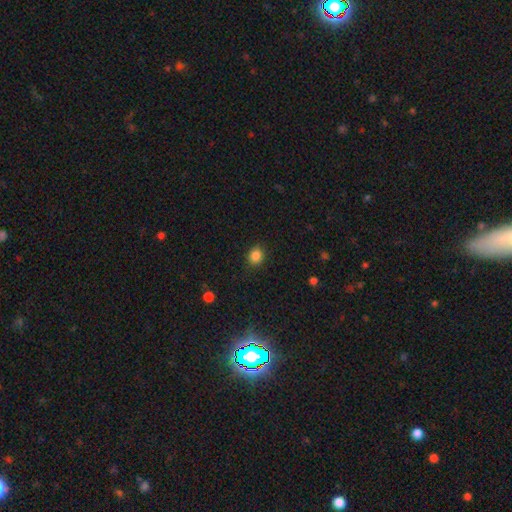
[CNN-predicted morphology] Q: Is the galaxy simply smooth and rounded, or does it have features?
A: smooth — 85%.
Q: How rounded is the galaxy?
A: round — 71%.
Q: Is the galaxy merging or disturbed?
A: none — 87%.